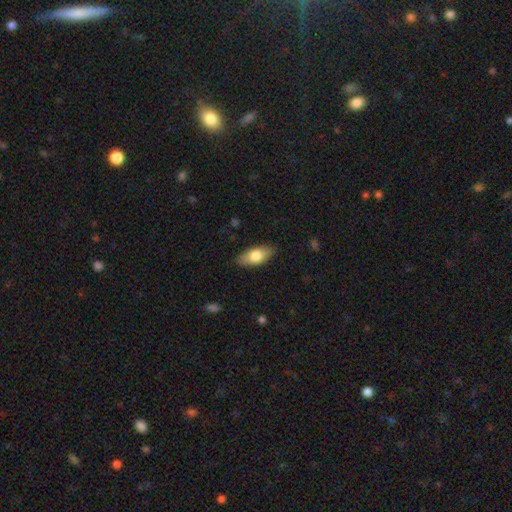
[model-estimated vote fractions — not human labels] This appears to be a smooth galaxy with no disk features (75%) that is in between round and cigar-shaped (87%). Merging: none (86%).